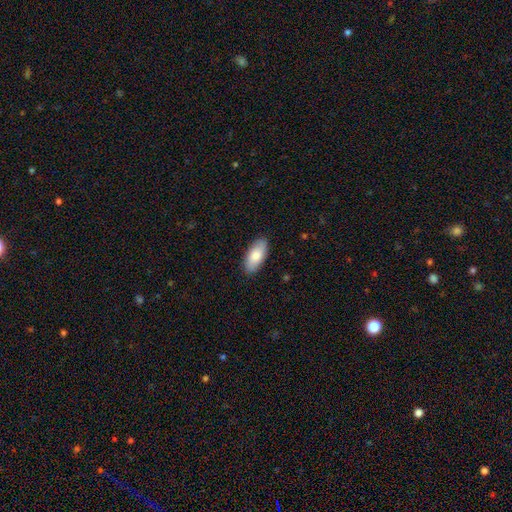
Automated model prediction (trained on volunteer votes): The model was most divided on "smooth or featured": smooth: 82%, featured or disk: 13%, star or artifact: 5%. More confident: how rounded — in between (89%); merging — none (88%).